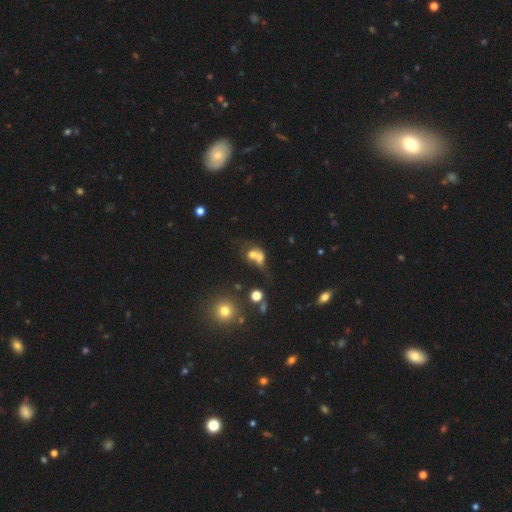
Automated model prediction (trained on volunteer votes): This appears to be a smooth galaxy with no disk features (61%) that is round (57%). Merging: merger (65%).